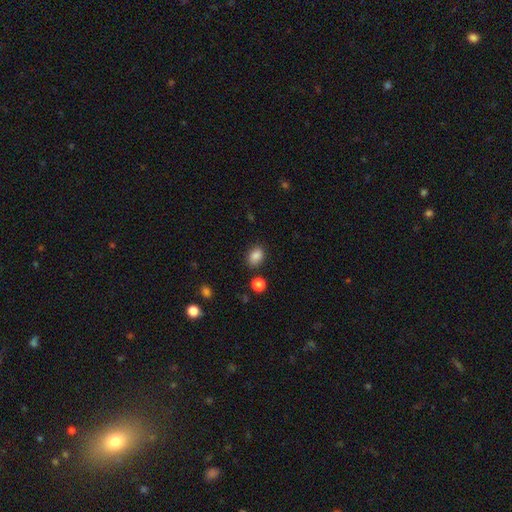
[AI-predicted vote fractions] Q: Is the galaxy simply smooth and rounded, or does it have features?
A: smooth — 86%.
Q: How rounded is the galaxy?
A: in between — 72%.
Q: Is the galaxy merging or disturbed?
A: none — 81%.